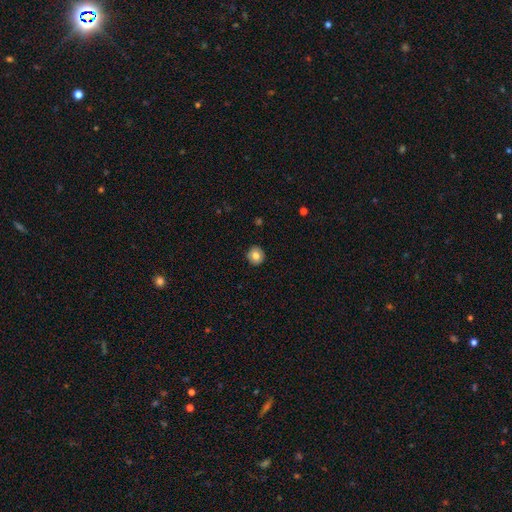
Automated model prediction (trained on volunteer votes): This appears to be a smooth galaxy with no disk features (79%) that is round (91%). Merging: none (91%).